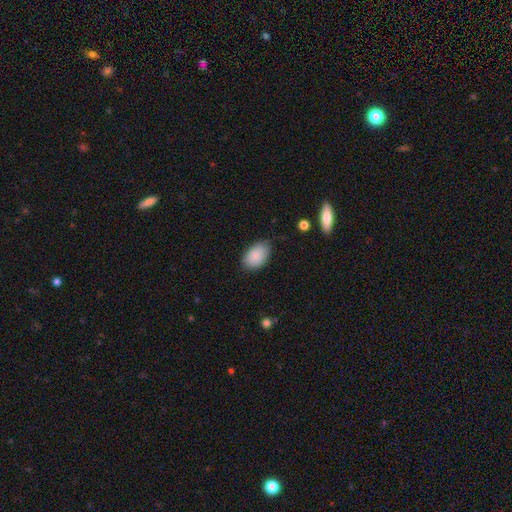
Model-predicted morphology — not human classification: Q: Smooth or featured?
A: smooth (88%); runner-up: star or artifact (6%)
Q: How rounded?
A: in between (91%); runner-up: round (8%)
Q: Merging?
A: none (76%); runner-up: minor disturbance (20%)